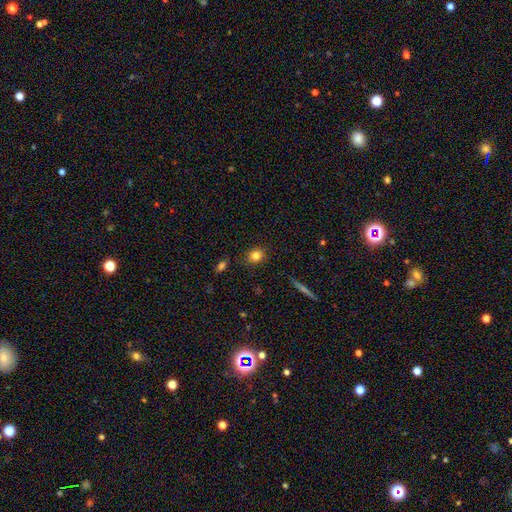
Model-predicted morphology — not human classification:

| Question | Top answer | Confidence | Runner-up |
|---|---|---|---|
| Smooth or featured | smooth | 83% | star or artifact (10%) |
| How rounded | round | 68% | in between (31%) |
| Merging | none | 85% | minor disturbance (11%) |